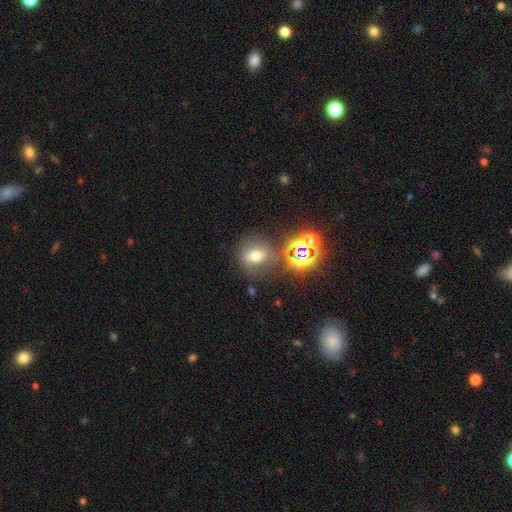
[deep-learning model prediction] Smooth or featured? Predicted: smooth (p=0.54). How rounded? Predicted: round (p=0.77). Merging? Predicted: none (p=0.71).